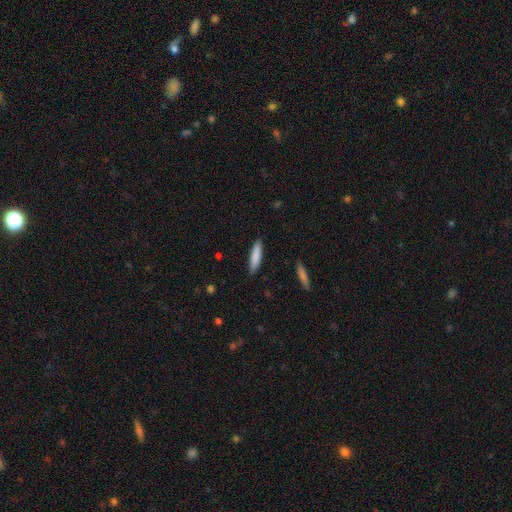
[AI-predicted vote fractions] smooth 84%, featured or disk 10%, star or artifact 6%. Down the decision tree: how rounded — cigar-shaped (75%); merging — none (88%).